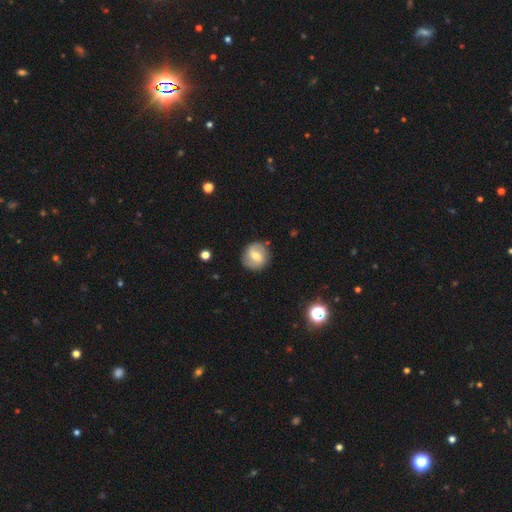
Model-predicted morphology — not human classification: Smooth or featured?
  - smooth: 50% *
  - featured or disk: 43%
  - star or artifact: 7%
Merging?
  - none: 84% *
  - minor disturbance: 11%
  - major disturbance: 3%
  - merger: 2%